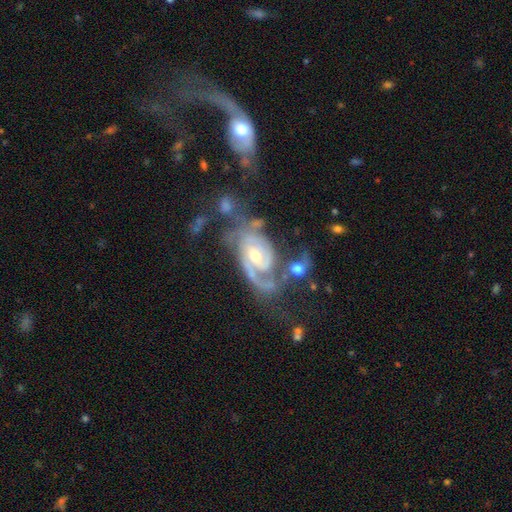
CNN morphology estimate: Smooth or featured? featured or disk (89%)
Edge-on disk? no (97%)
Bar? weak (44%)
Spiral arms? yes (96%)
Spiral winding? tight (51%)
Spiral arm count? 2 (54%)
Bulge size? moderate (61%)
Merging? none (37%)